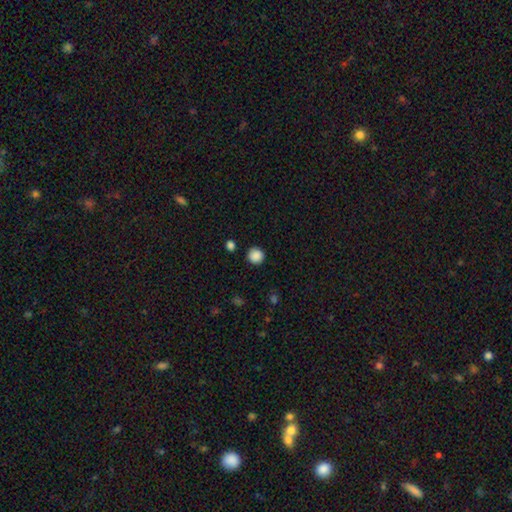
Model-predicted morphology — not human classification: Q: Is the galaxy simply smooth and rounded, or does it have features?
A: smooth — 88%.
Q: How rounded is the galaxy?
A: round — 93%.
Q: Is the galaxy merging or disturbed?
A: none — 90%.